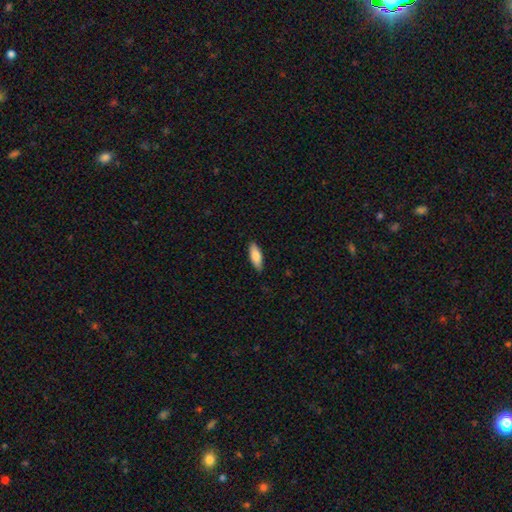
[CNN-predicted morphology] Smooth or featured?
  - smooth: 80% *
  - featured or disk: 14%
  - star or artifact: 6%
How rounded?
  - in between: 63% *
  - cigar-shaped: 35%
  - round: 2%
Merging?
  - none: 88% *
  - minor disturbance: 9%
  - major disturbance: 2%
  - merger: 1%